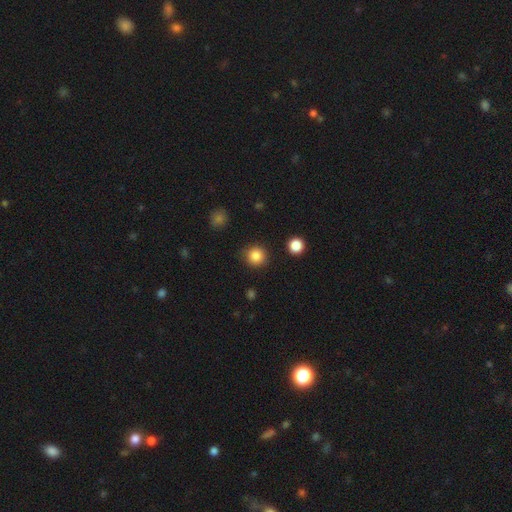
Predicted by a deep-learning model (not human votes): Smooth or featured? Predicted: smooth (p=0.85). How rounded? Predicted: round (p=0.93). Merging? Predicted: none (p=0.88).